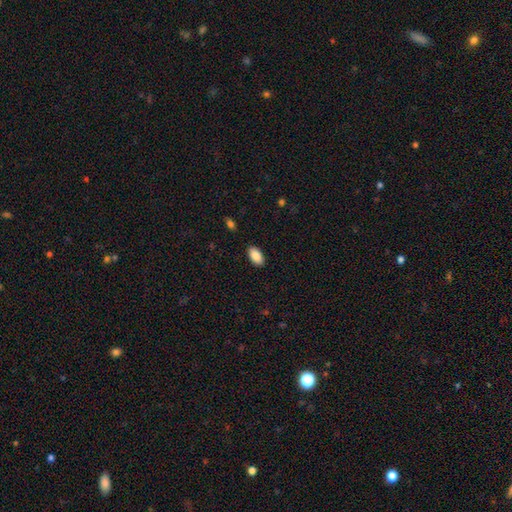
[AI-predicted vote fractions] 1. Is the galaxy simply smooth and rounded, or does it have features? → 88% smooth, 7% star or artifact, 5% featured or disk.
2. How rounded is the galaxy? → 95% in between, 3% round, 3% cigar-shaped.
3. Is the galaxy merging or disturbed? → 89% none, 8% minor disturbance, 2% major disturbance, 1% merger.